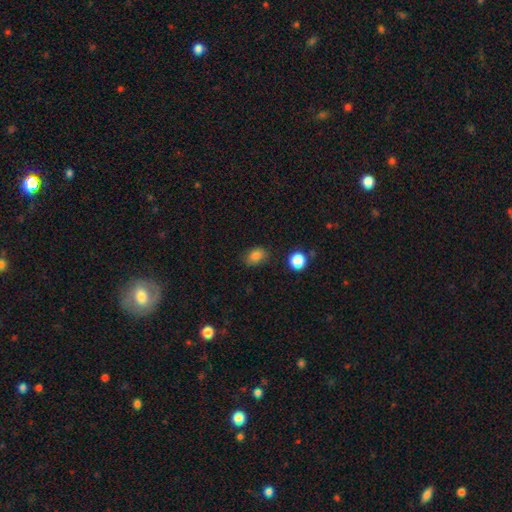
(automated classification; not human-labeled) smooth 81%, star or artifact 12%, featured or disk 6%. Down the decision tree: how rounded — in between (72%); merging — none (79%).